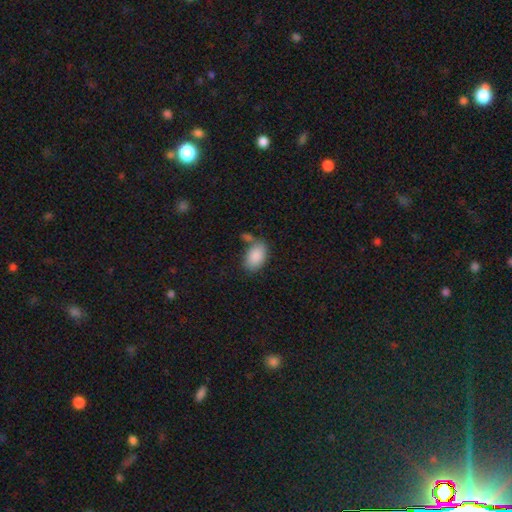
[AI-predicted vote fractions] smooth-or-featured: smooth: 88% | star or artifact: 7% | featured or disk: 5%
  how-rounded: in between: 92% | round: 7% | cigar-shaped: 1%
  merging: none: 61% | minor disturbance: 17% | merger: 16% | major disturbance: 6%